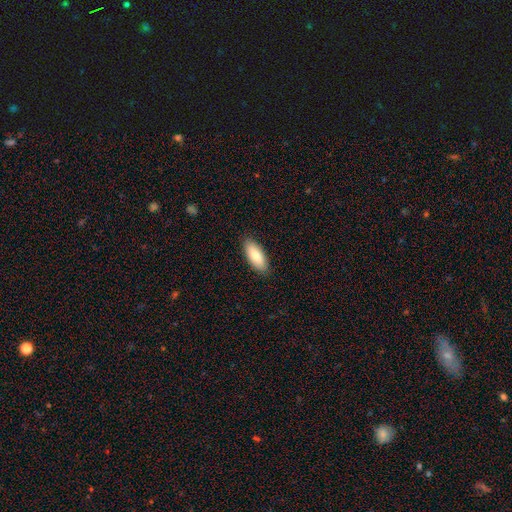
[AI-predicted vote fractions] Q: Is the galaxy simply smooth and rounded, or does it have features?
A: smooth — 79%.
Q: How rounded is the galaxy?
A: in between — 83%.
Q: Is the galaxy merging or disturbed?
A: none — 88%.